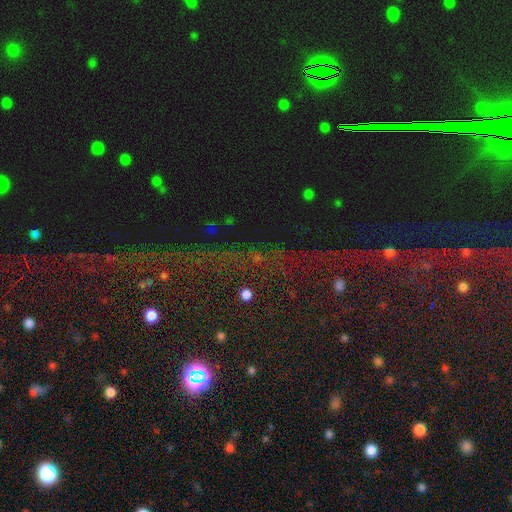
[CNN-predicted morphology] This appears to be a star or artifact, not a galaxy (82%).